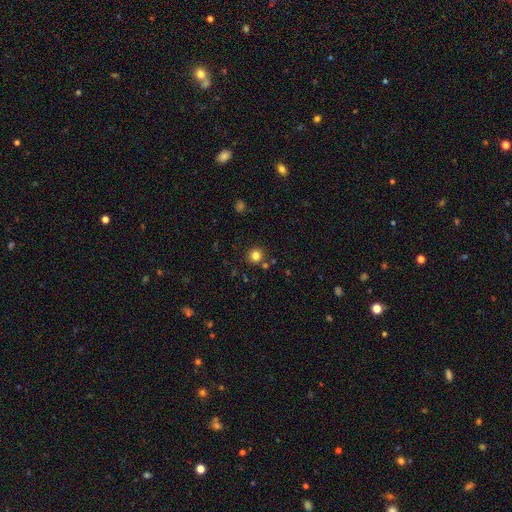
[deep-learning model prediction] This is clearly a smooth galaxy (81%). How rounded: clearly round (94%). Merging: clearly none (86%).